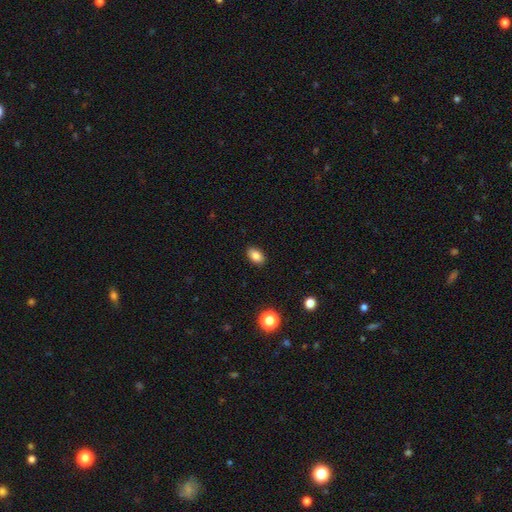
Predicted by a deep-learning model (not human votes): Smooth or featured?
  - smooth: 85% *
  - star or artifact: 9%
  - featured or disk: 6%
How rounded?
  - in between: 90% *
  - round: 9%
  - cigar-shaped: 2%
Merging?
  - none: 89% *
  - minor disturbance: 8%
  - major disturbance: 2%
  - merger: 1%